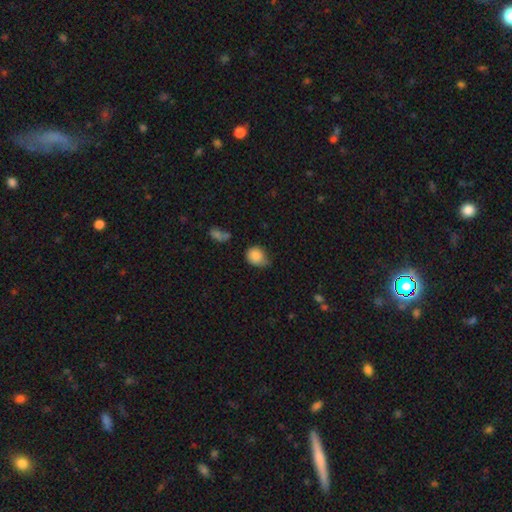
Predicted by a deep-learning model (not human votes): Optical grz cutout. It shows a smooth galaxy with no disk features (84%) that is round (66%). Merging: none (51%).